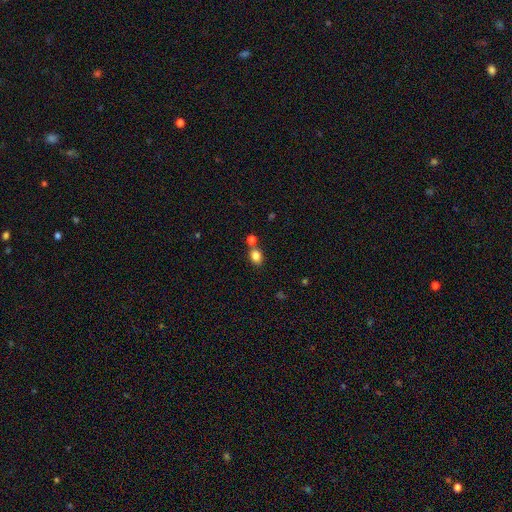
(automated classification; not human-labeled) Morphology: type=smooth (83%); roundness=in between (63%); merging=none (63%).